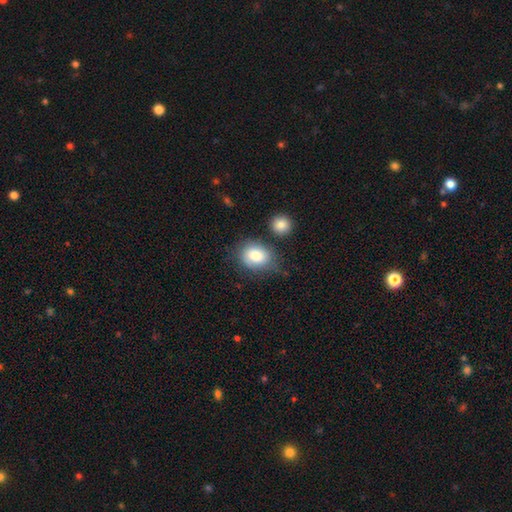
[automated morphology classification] This appears to be a smooth galaxy with no disk features (81%) that is in between round and cigar-shaped (63%). Merging: none (58%).